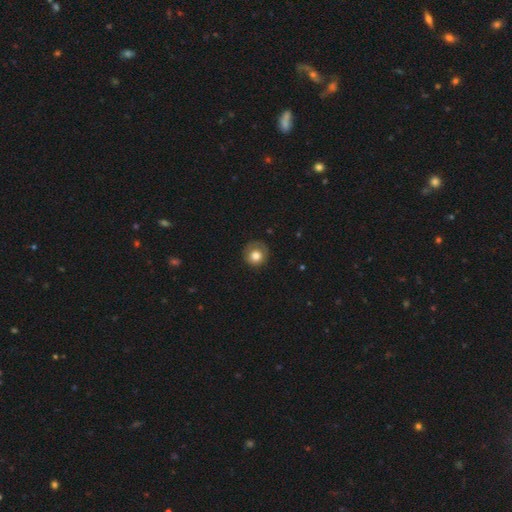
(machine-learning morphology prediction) Smooth or featured? Predicted: smooth (p=0.74). How rounded? Predicted: round (p=0.92). Merging? Predicted: none (p=0.77).